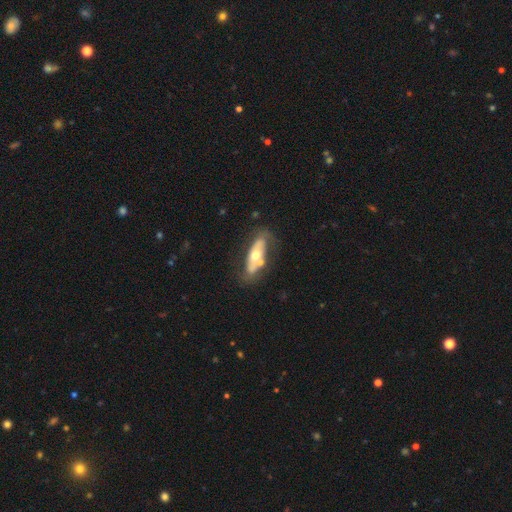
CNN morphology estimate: smooth_or_featured: featured or disk (p=0.55) [alt: smooth p=0.39]
disk_edge_on: no (p=0.77) [alt: yes p=0.23]
merging: none (p=0.59) [alt: minor disturbance p=0.19]